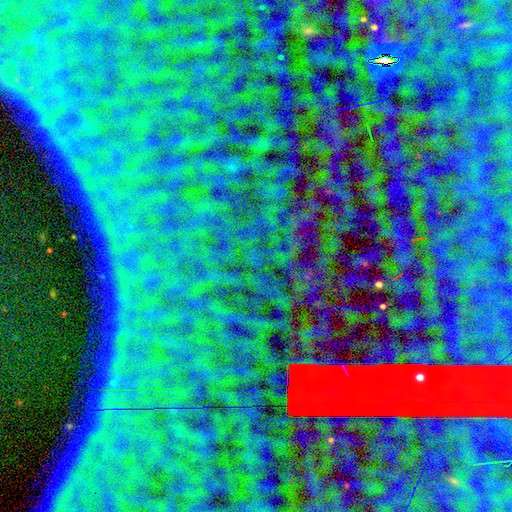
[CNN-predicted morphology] This is clearly a star or artifact rather than a galaxy (87%).